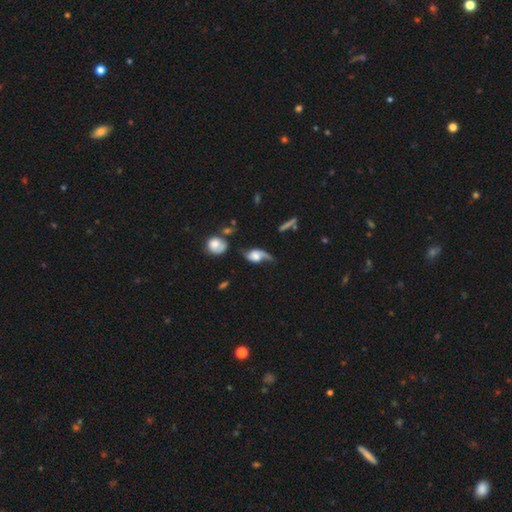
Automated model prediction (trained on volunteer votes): Smooth or featured: featured or disk — 71% (smooth — 22%)
Edge-on disk: no — 93% (yes — 7%)
Bar: no — 64% (weak — 29%)
Spiral arms: yes — 92% (no — 8%)
Spiral winding: loose — 77% (medium — 17%)
Spiral arm count: 2 — 68% (1 — 26%)
Bulge size: large — 38% (moderate — 32%)
Merging: none — 38% (major disturbance — 28%)